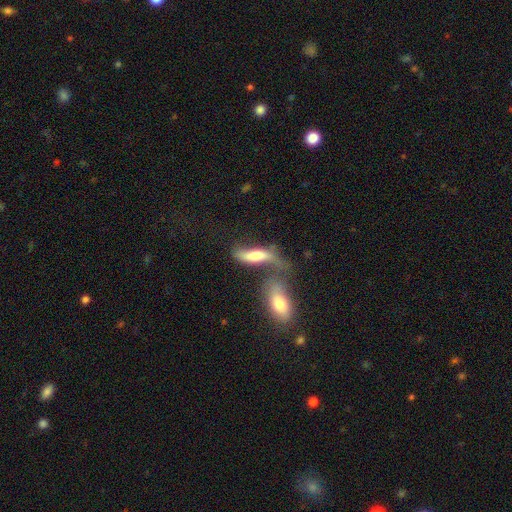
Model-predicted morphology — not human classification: Smooth or featured?
  - smooth: 57% *
  - featured or disk: 35%
  - star or artifact: 8%
How rounded?
  - in between: 52% *
  - cigar-shaped: 45%
  - round: 3%
Merging?
  - merger: 51% *
  - none: 24%
  - minor disturbance: 12%
  - major disturbance: 12%